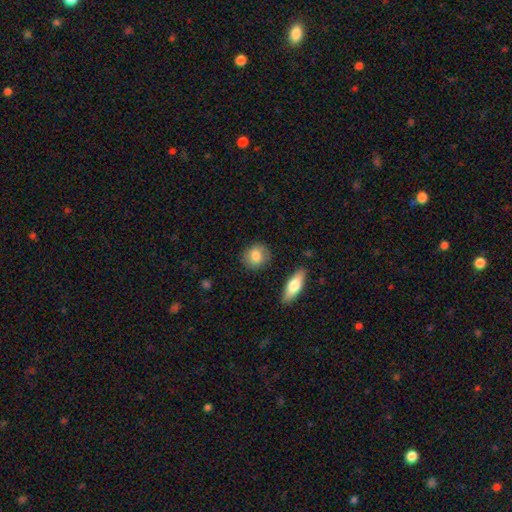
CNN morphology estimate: Q: Smooth or featured?
A: smooth (78%); runner-up: featured or disk (15%)
Q: How rounded?
A: round (72%); runner-up: in between (25%)
Q: Merging?
A: none (84%); runner-up: minor disturbance (11%)